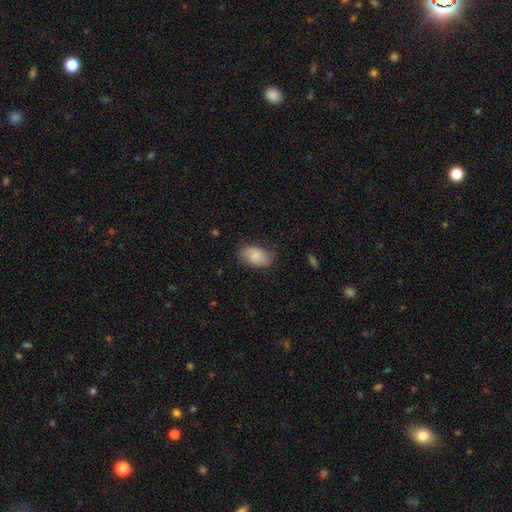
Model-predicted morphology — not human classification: smooth_or_featured: smooth (p=0.80) [alt: featured or disk p=0.14]
how_rounded: in between (p=0.92) [alt: round p=0.07]
merging: none (p=0.70) [alt: minor disturbance p=0.23]